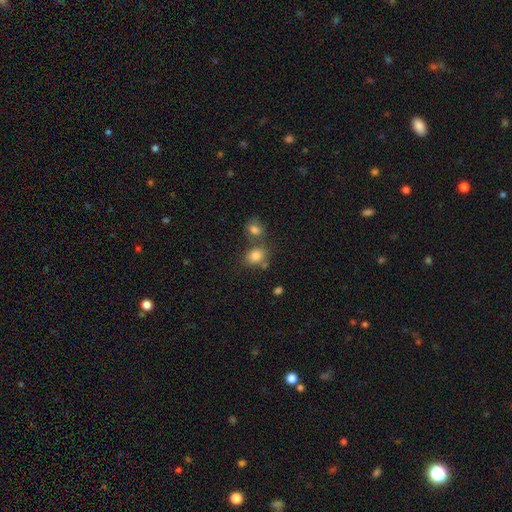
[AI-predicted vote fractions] Smooth or featured? Predicted: smooth (p=0.81). How rounded? Predicted: in between (p=0.56). Merging? Predicted: none (p=0.50).